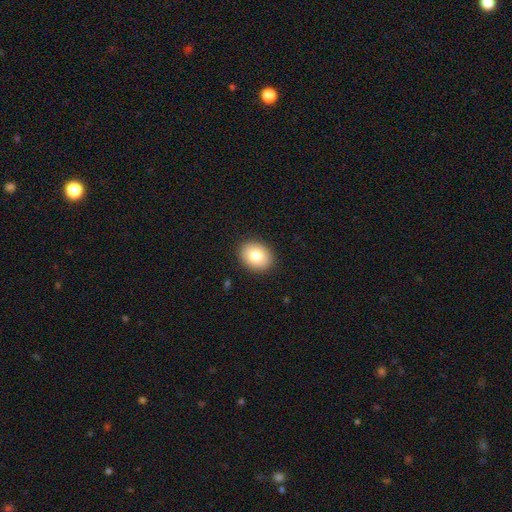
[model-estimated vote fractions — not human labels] Morphology: type=smooth (80%); roundness=in between (52%); merging=none (90%).